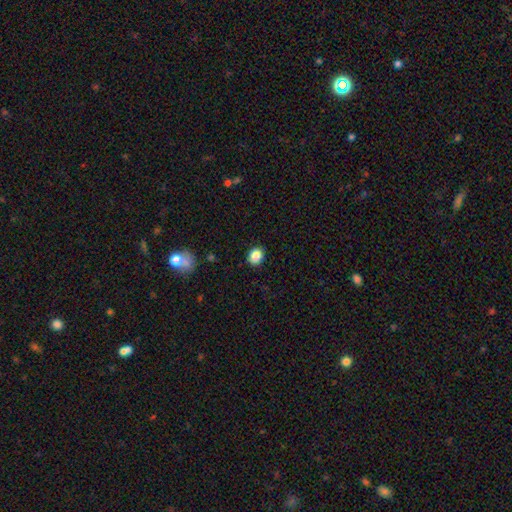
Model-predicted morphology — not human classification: Overall: smooth (85%). How rounded: round (60%; in between 39%). Merging: none (90%).